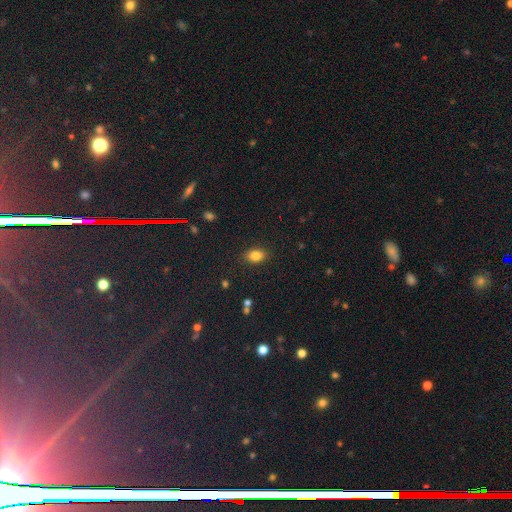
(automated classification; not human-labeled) Morphology: type=smooth (83%); roundness=in between (80%); merging=none (87%).